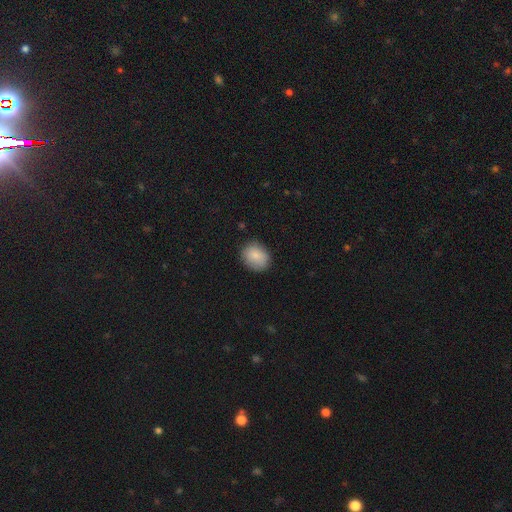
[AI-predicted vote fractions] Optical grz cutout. It shows a smooth galaxy with no disk features (86%) that is round (57%). Merging: none (83%).